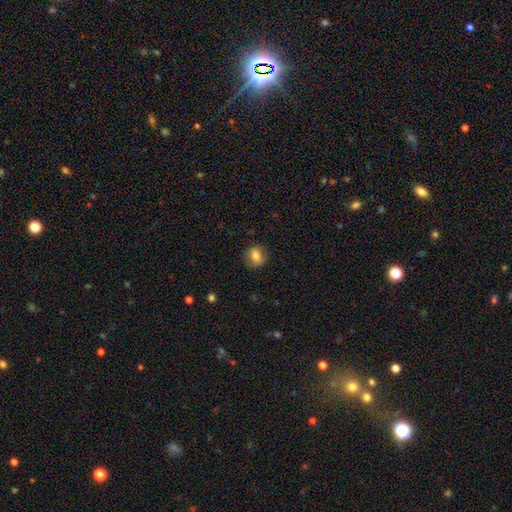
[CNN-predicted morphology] This appears to be a smooth galaxy with no disk features (76%) that is round (60%). Merging: none (84%).